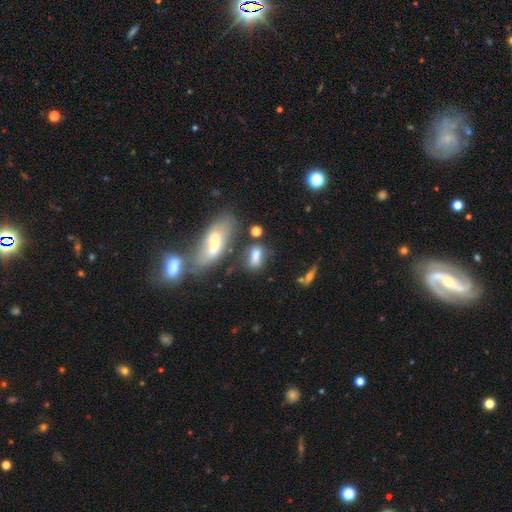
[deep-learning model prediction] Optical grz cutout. It shows a smooth galaxy with no disk features (71%) that is in between round and cigar-shaped (79%). Merging: none (45%).